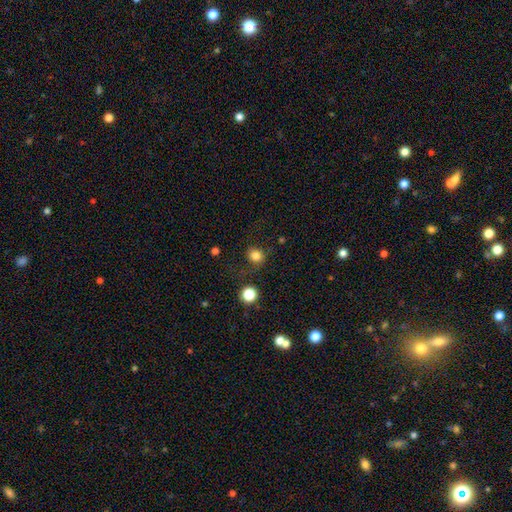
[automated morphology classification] This is clearly a smooth galaxy (82%). How rounded: clearly round (88%). Merging: likely none (74%).